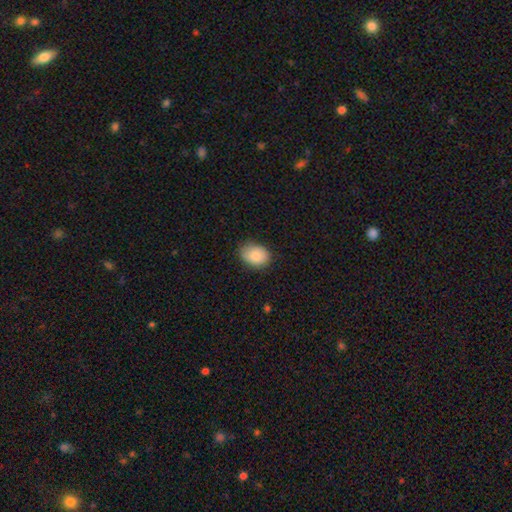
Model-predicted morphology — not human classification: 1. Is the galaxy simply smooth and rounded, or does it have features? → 85% smooth, 7% star or artifact, 7% featured or disk.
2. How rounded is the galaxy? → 68% in between, 31% round, 1% cigar-shaped.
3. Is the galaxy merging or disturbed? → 79% none, 17% minor disturbance, 3% major disturbance, 1% merger.